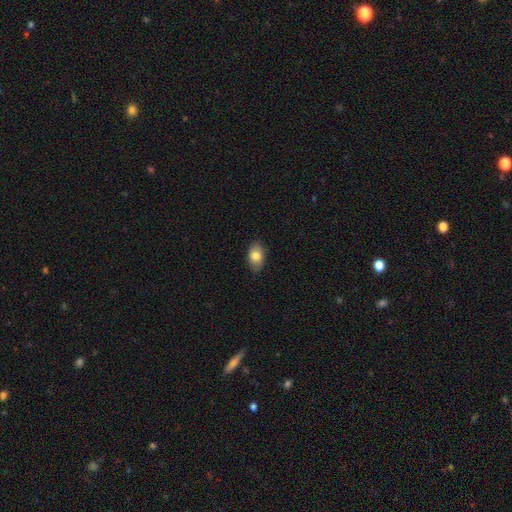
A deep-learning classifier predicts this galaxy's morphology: This is likely a smooth galaxy (80%). How rounded: clearly in between (90%). Merging: clearly none (84%).